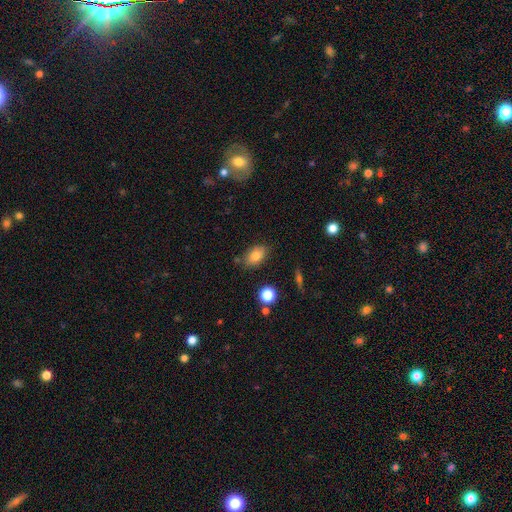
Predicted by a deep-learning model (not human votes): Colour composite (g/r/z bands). It shows a smooth galaxy with no disk features (80%) that is in between round and cigar-shaped (85%). Merging: none (77%).